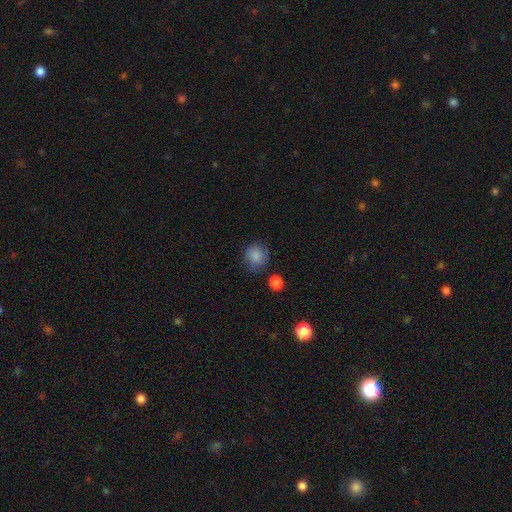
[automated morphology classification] The model was most divided on "merging": none: 69%, minor disturbance: 21%, major disturbance: 6%, merger: 3%. More confident: how rounded — round (82%); smooth or featured — smooth (81%).